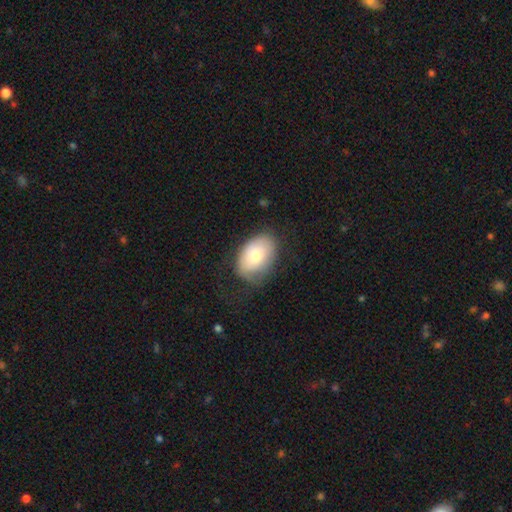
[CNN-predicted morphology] This is likely a smooth galaxy (73%). How rounded: clearly in between (86%). Merging: likely none (66%).